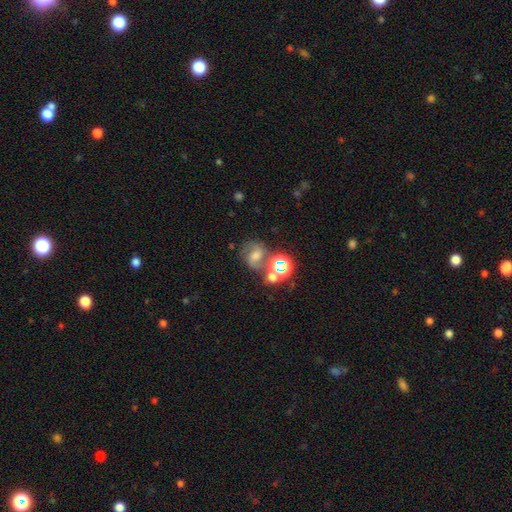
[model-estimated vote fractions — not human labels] featured or disk 46%, star or artifact 27%, smooth 27%. Down the decision tree: merging — none (53%).